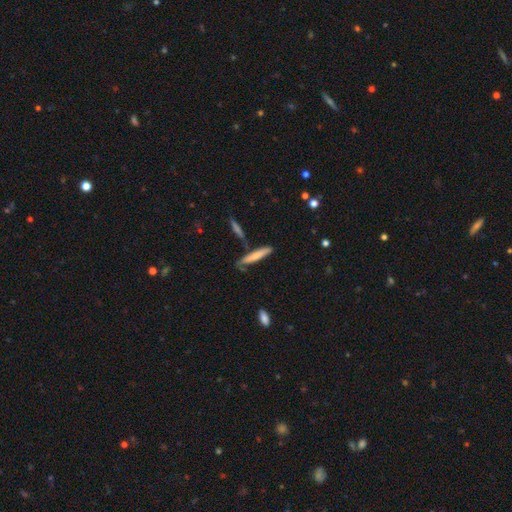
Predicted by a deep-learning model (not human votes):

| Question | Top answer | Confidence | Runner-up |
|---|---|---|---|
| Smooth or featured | smooth | 67% | featured or disk (27%) |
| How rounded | cigar-shaped | 88% | in between (11%) |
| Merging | none | 64% | minor disturbance (20%) |